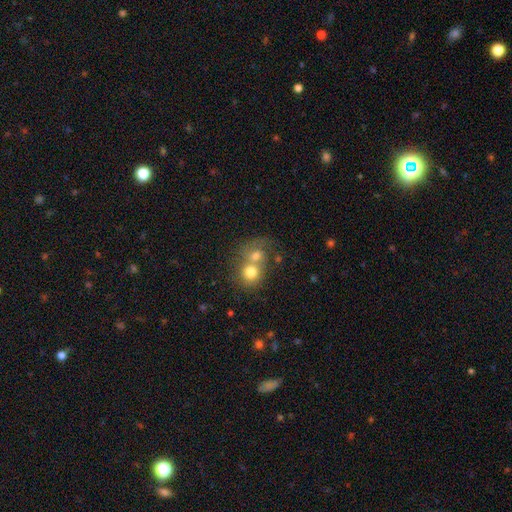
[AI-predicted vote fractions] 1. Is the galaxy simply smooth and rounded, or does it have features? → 68% smooth, 22% featured or disk, 10% star or artifact.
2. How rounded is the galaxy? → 70% round, 29% in between, 1% cigar-shaped.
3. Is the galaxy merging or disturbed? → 72% merger, 18% none, 5% minor disturbance, 5% major disturbance.